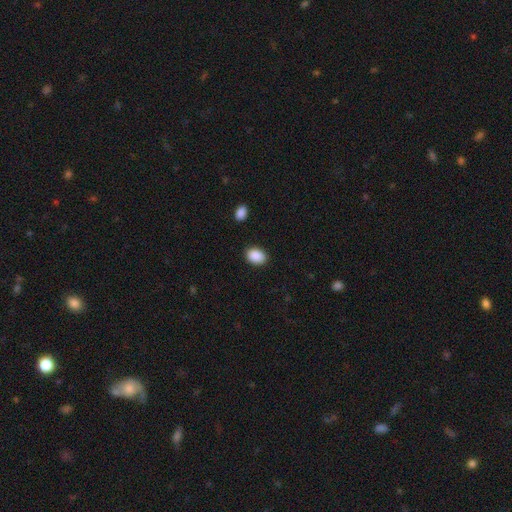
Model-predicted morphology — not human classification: This appears to be a smooth galaxy with no disk features (90%) that is in between round and cigar-shaped (79%). Merging: none (88%).